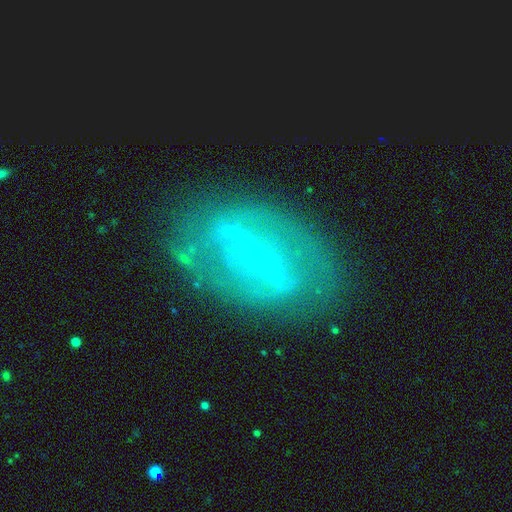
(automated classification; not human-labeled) The model was most divided on "bulge size": none: 50%, small: 42%, moderate: 6%, large: 1%, dominant: 1%. Remaining: edge-on disk — no (91%); smooth or featured — featured or disk (66%); merging — none (65%); spiral arms — no (62%); bar — strong (44%).